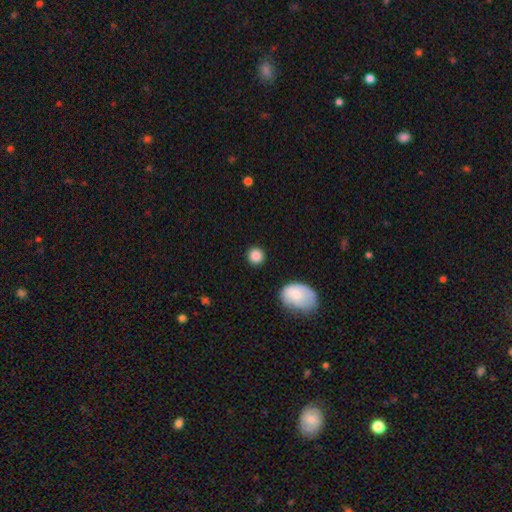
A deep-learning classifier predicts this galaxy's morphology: Smooth or featured?
  - smooth: 87% *
  - star or artifact: 8%
  - featured or disk: 4%
How rounded?
  - round: 90% *
  - in between: 9%
  - cigar-shaped: 1%
Merging?
  - none: 88% *
  - minor disturbance: 7%
  - major disturbance: 2%
  - merger: 2%